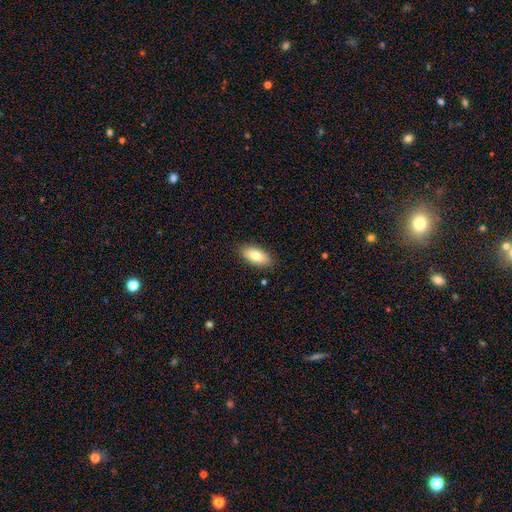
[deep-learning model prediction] Overall: smooth (79%). How rounded: in between (91%). Merging: none (87%).